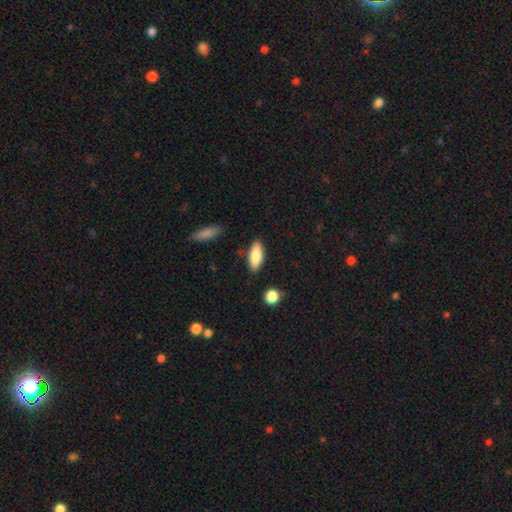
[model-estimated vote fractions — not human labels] smooth-or-featured: smooth: 77% | featured or disk: 16% | star or artifact: 6%
  how-rounded: in between: 75% | cigar-shaped: 23% | round: 2%
  merging: none: 84% | minor disturbance: 10% | merger: 3% | major disturbance: 2%